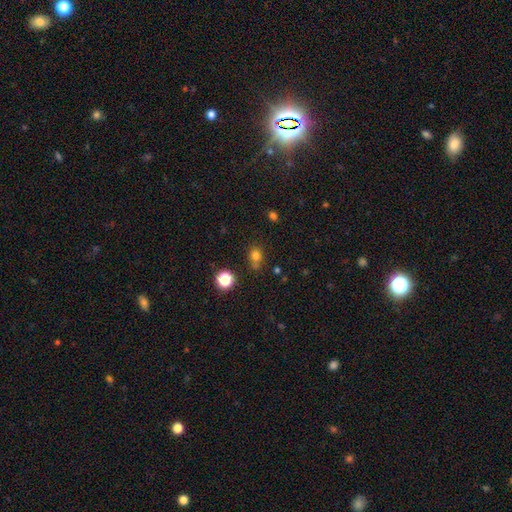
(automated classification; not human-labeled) smooth 75%, star or artifact 18%, featured or disk 7%. Down the decision tree: how rounded — round (68%); merging — none (61%).